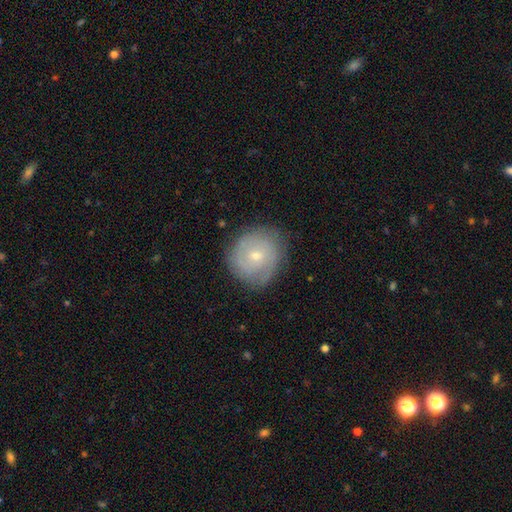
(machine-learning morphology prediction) featured or disk 55%, smooth 37%, star or artifact 9%. Down the decision tree: edge-on disk — no (96%); bar — no (78%); spiral arms — yes (76%); bulge size — small (65%); merging — none (79%).